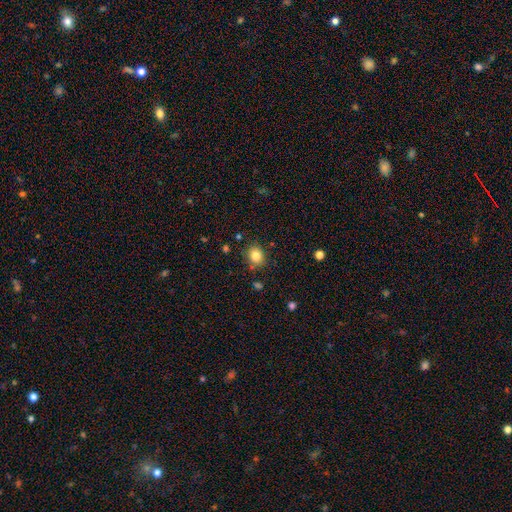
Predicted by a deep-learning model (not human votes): Smooth or featured? Predicted: smooth (p=0.83). How rounded? Predicted: round (p=0.65). Merging? Predicted: none (p=0.84).